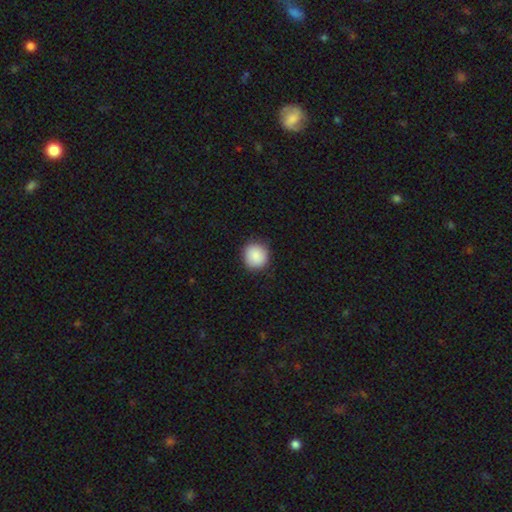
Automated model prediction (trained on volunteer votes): This is clearly a smooth galaxy (89%). How rounded: clearly round (91%). Merging: clearly none (89%).